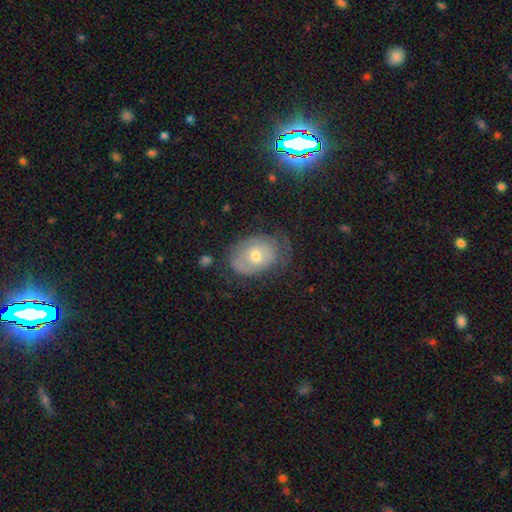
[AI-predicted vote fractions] featured or disk 52%, smooth 39%, star or artifact 9%. Down the decision tree: edge-on disk — no (94%); merging — none (55%).